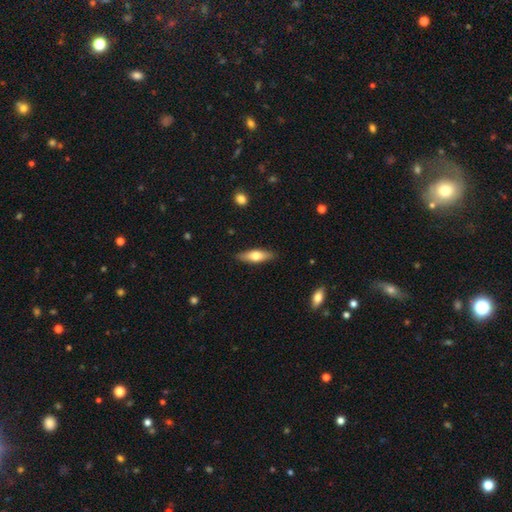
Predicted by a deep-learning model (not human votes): smooth 63%, featured or disk 31%, star or artifact 6%. Down the decision tree: how rounded — in between (51%); merging — none (88%).